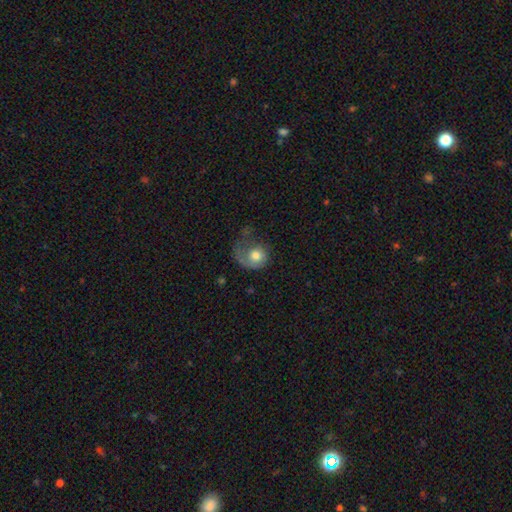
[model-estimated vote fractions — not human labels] smooth 53%, featured or disk 40%, star or artifact 7%. Down the decision tree: how rounded — round (72%); merging — major disturbance (52%).